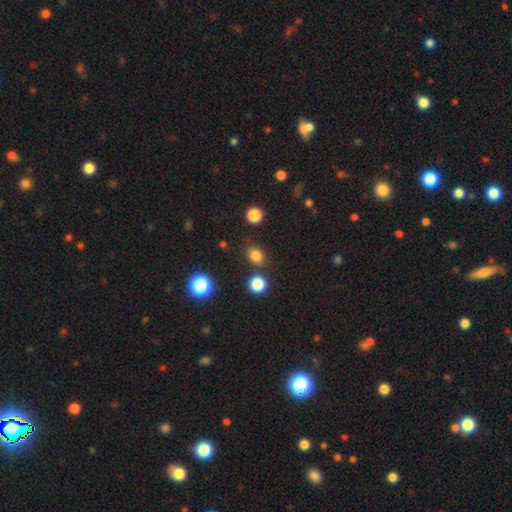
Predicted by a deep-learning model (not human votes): Q: Smooth or featured?
A: smooth (79%); runner-up: star or artifact (16%)
Q: How rounded?
A: round (62%); runner-up: in between (37%)
Q: Merging?
A: none (81%); runner-up: minor disturbance (10%)